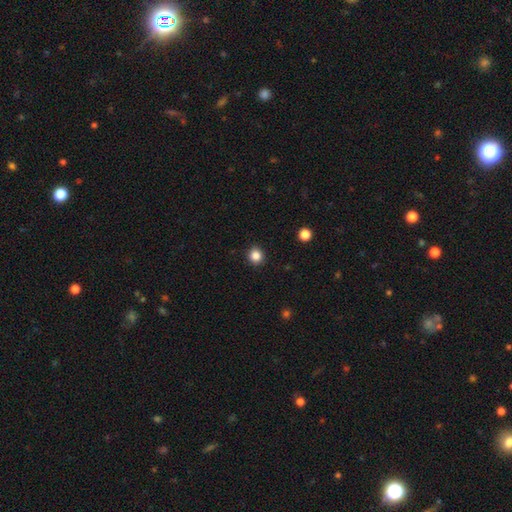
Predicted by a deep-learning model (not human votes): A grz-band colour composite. It shows a smooth galaxy with no disk features (85%) that is round (91%). Merging: none (92%).